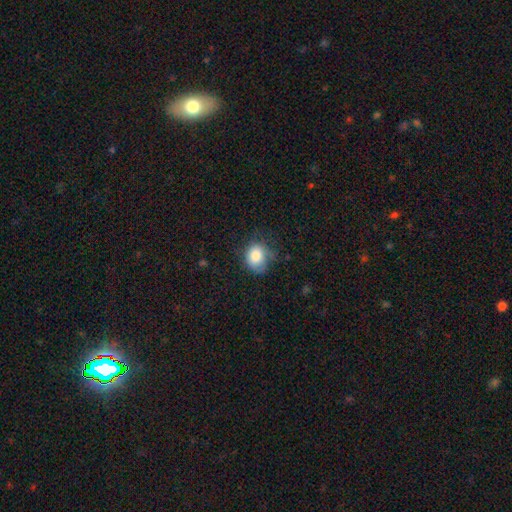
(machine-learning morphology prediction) Smooth or featured?
  - smooth: 82% *
  - featured or disk: 9%
  - star or artifact: 9%
How rounded?
  - round: 58% *
  - in between: 41%
  - cigar-shaped: 1%
Merging?
  - none: 52% *
  - minor disturbance: 32%
  - major disturbance: 14%
  - merger: 2%